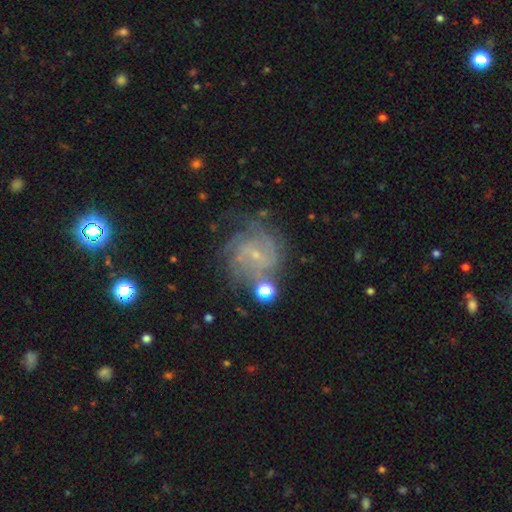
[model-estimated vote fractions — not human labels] Smooth or featured? featured or disk (76%)
Edge-on disk? no (98%)
Bar? no (46%)
Spiral arms? yes (90%)
Spiral winding? tight (52%)
Spiral arm count? can't tell (42%)
Bulge size? small (81%)
Merging? none (59%)